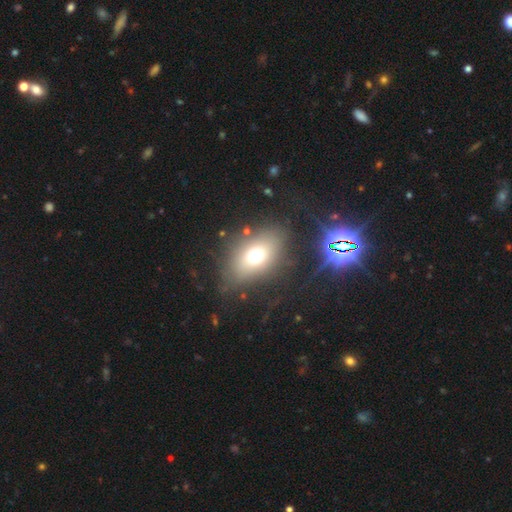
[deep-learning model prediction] Smooth or featured? smooth (60%)
How rounded? in between (69%)
Merging? none (75%)